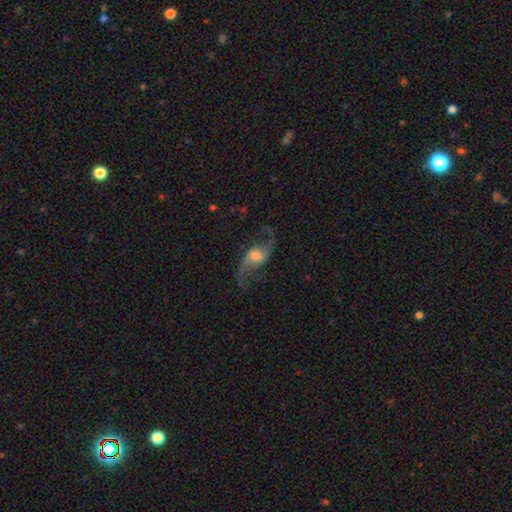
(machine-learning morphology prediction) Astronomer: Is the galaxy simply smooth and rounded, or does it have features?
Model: featured or disk — 86%.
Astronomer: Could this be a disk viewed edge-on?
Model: no — 94%.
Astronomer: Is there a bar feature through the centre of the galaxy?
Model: weak — 44% (runner-up: no, 40%).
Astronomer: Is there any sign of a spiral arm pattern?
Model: yes — 95%.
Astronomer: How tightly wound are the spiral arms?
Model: loose — 83%.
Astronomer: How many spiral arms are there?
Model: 2 — 93%.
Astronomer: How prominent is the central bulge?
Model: moderate — 51% (runner-up: small, 35%).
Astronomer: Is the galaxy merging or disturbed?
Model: none — 76%.